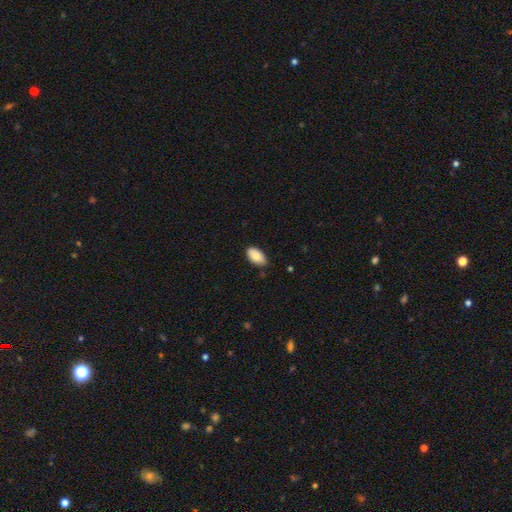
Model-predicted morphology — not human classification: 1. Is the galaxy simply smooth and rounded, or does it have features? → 85% smooth, 9% featured or disk, 7% star or artifact.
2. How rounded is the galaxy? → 95% in between, 3% round, 2% cigar-shaped.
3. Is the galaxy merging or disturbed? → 77% none, 19% minor disturbance, 2% major disturbance, 1% merger.